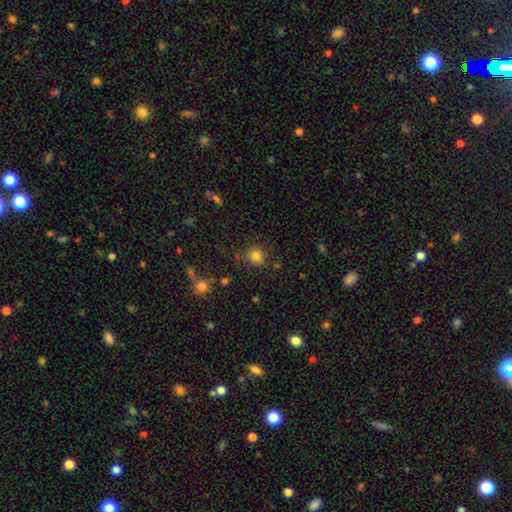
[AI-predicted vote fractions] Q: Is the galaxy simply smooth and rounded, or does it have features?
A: smooth — 79%.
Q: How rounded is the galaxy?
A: round — 78%.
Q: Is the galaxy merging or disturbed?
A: none — 76%.